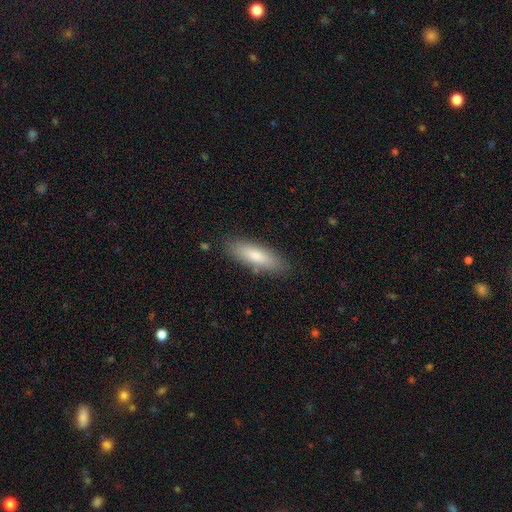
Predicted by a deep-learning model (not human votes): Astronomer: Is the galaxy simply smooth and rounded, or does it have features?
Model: smooth — 78%.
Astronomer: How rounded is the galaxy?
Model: cigar-shaped — 51% (runner-up: in between, 47%).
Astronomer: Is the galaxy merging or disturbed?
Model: none — 85%.